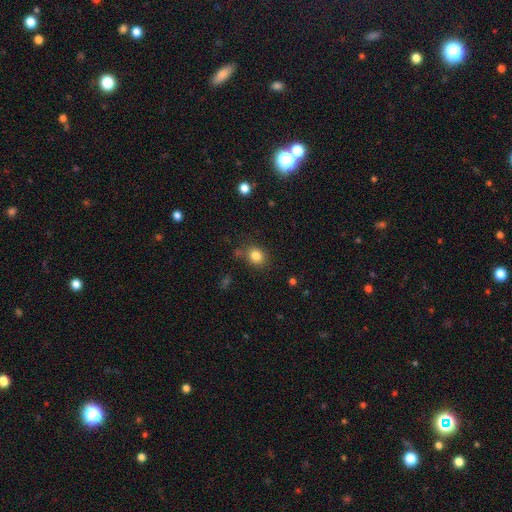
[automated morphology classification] This is clearly a smooth galaxy (83%). How rounded: likely round (69%). Merging: likely none (78%).